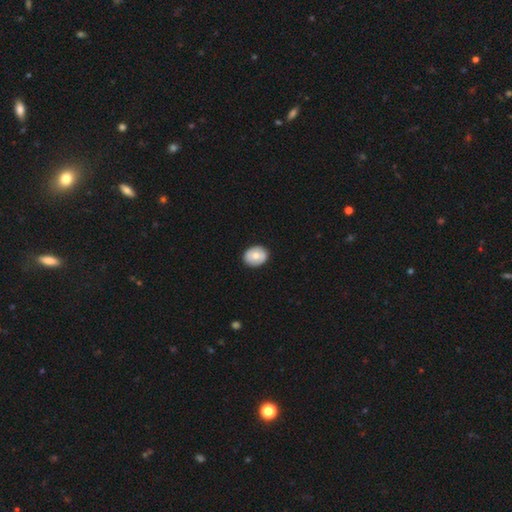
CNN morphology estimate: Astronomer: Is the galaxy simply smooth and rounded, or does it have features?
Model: smooth — 68%.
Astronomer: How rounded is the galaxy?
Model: round — 53% (runner-up: in between, 46%).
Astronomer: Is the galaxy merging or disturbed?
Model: none — 88%.